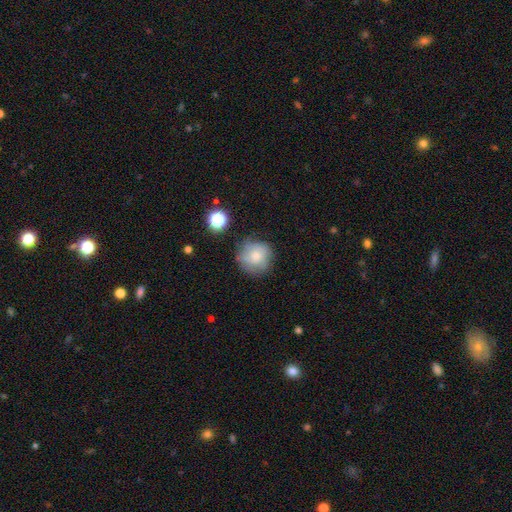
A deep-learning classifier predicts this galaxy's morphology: smooth-or-featured: smooth: 61% | featured or disk: 28% | star or artifact: 11%
  how-rounded: round: 91% | in between: 8% | cigar-shaped: 1%
  merging: none: 73% | minor disturbance: 18% | major disturbance: 6% | merger: 3%